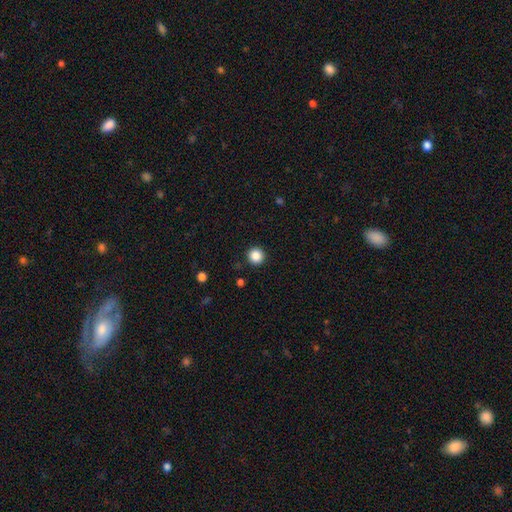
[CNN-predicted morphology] This is clearly a smooth galaxy (87%). How rounded: clearly round (96%). Merging: clearly none (92%).